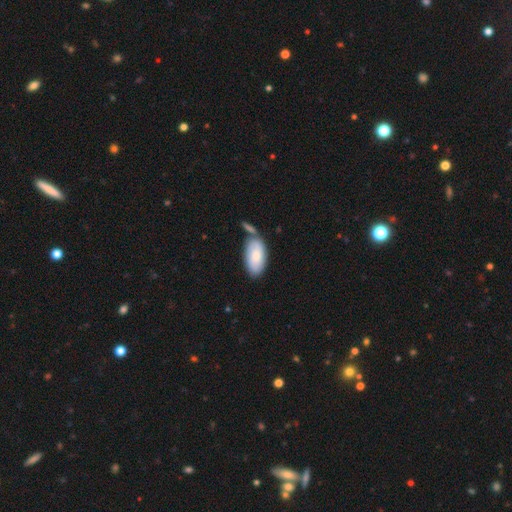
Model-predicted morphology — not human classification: The model was most divided on "merging": none: 55%, merger: 21%, minor disturbance: 19%, major disturbance: 5%. More confident: how rounded — in between (94%); smooth or featured — smooth (78%).